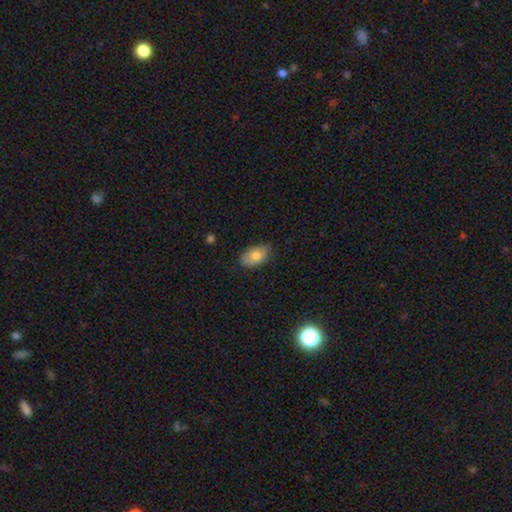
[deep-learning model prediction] Smooth or featured: smooth — 77% (featured or disk — 16%)
How rounded: in between — 92% (round — 7%)
Merging: none — 79% (minor disturbance — 17%)